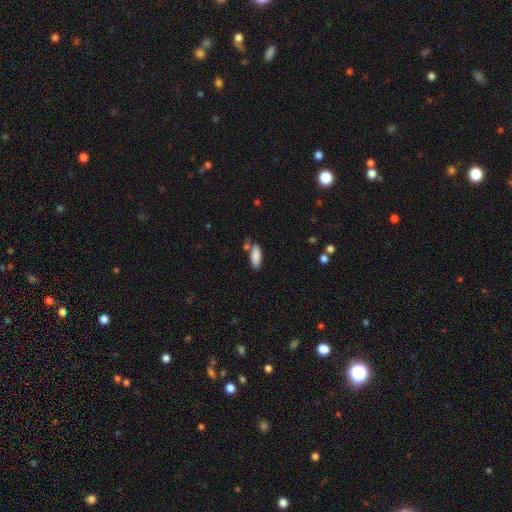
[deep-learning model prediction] A smooth galaxy with no disk features (88%) that is in between round and cigar-shaped (74%).

Vote fractions:
- Smooth or featured? smooth: 88% / featured or disk: 6% / star or artifact: 6%
- How rounded? in between: 74% / cigar-shaped: 24% / round: 2%
- Merging? none: 69% / minor disturbance: 16% / merger: 12% / major disturbance: 4%